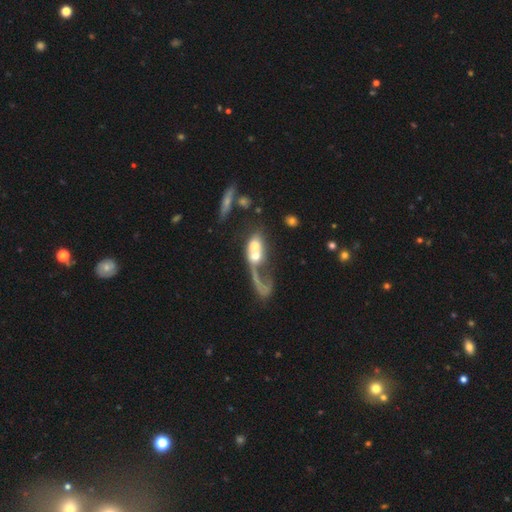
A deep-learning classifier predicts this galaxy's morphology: Smooth or featured?
  - featured or disk: 52% *
  - smooth: 40%
  - star or artifact: 9%
Edge-on disk?
  - no: 91% *
  - yes: 9%
Merging?
  - merger: 60% *
  - major disturbance: 24%
  - none: 10%
  - minor disturbance: 6%